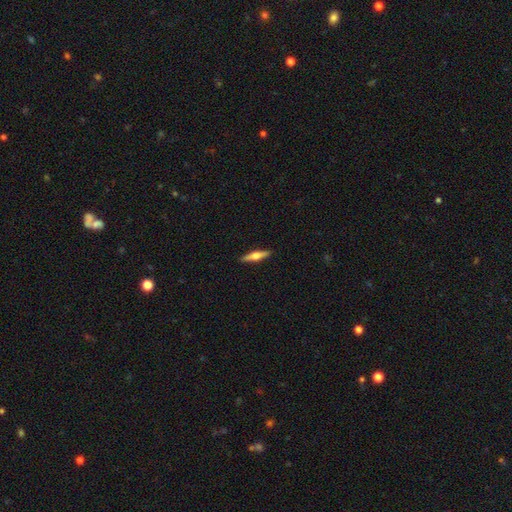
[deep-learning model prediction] Smooth or featured? featured or disk (54%)
Edge-on disk? yes (96%)
Edge-on bulge? rounded (91%)
Merging? none (90%)